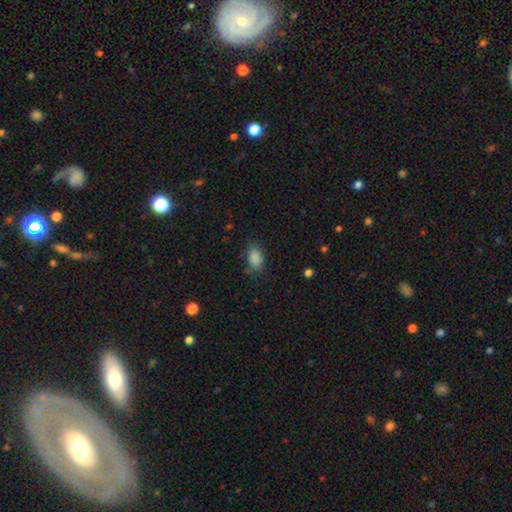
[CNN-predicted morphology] This is clearly a smooth galaxy (83%). How rounded: clearly in between (87%). Merging: clearly none (83%).